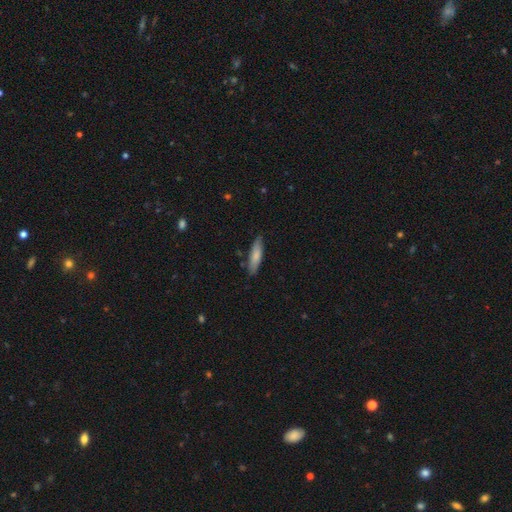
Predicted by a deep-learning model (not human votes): Smooth or featured?
  - smooth: 76% *
  - featured or disk: 18%
  - star or artifact: 5%
How rounded?
  - cigar-shaped: 72% *
  - in between: 27%
  - round: 1%
Merging?
  - none: 84% *
  - minor disturbance: 12%
  - major disturbance: 2%
  - merger: 2%